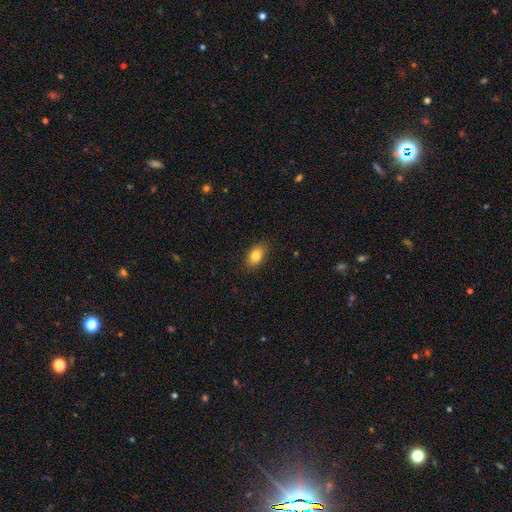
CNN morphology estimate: smooth-or-featured: smooth: 82% | featured or disk: 9% | star or artifact: 8%
  how-rounded: in between: 87% | round: 10% | cigar-shaped: 3%
  merging: none: 87% | minor disturbance: 10% | major disturbance: 2% | merger: 1%